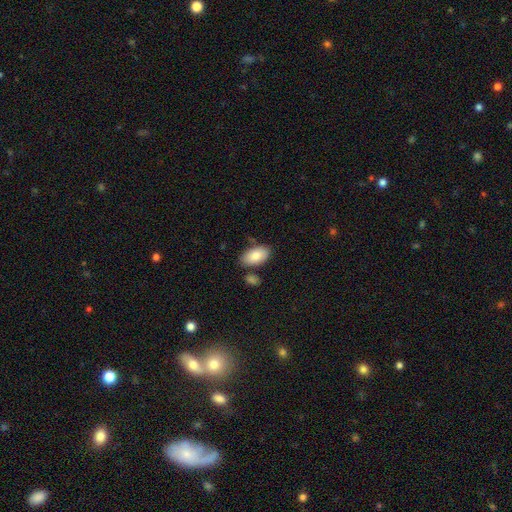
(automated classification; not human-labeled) Smooth or featured? smooth (85%)
How rounded? in between (95%)
Merging? none (76%)